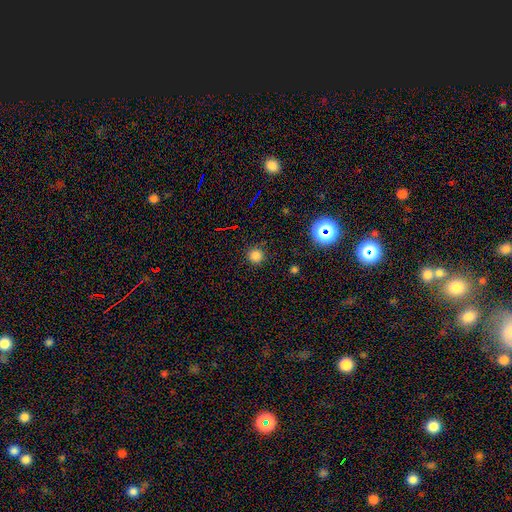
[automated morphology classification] A smooth galaxy with no disk features (78%) that is round (95%).

Vote fractions:
- Smooth or featured? smooth: 78% / star or artifact: 18% / featured or disk: 4%
- How rounded? round: 95% / in between: 4% / cigar-shaped: 1%
- Merging? none: 87% / minor disturbance: 9% / major disturbance: 3% / merger: 1%